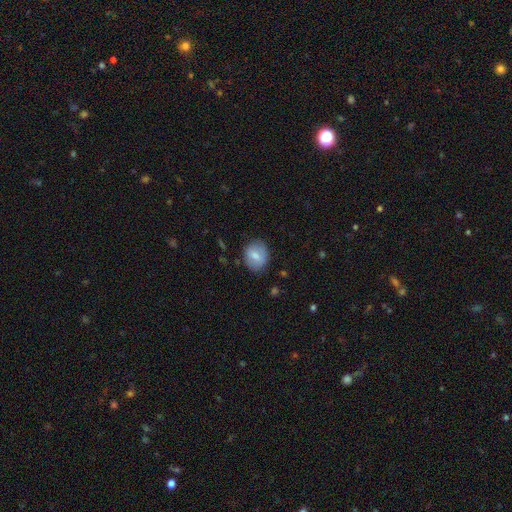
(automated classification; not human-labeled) smooth_or_featured: smooth (p=0.70) [alt: featured or disk p=0.23]
how_rounded: round (p=0.55) [alt: in between p=0.44]
merging: none (p=0.80) [alt: minor disturbance p=0.15]